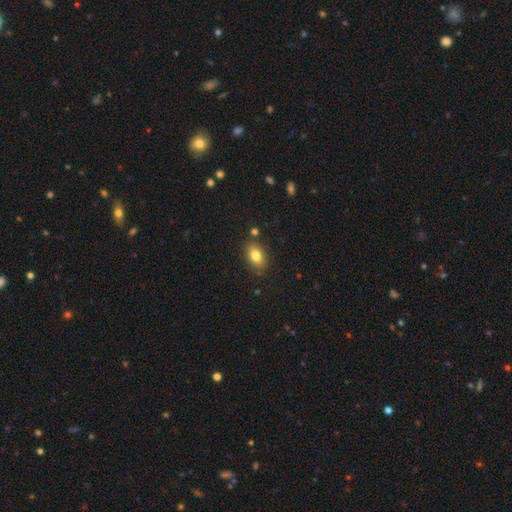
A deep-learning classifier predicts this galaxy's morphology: Smooth or featured? Predicted: smooth (p=0.80). How rounded? Predicted: in between (p=0.84). Merging? Predicted: none (p=0.83).